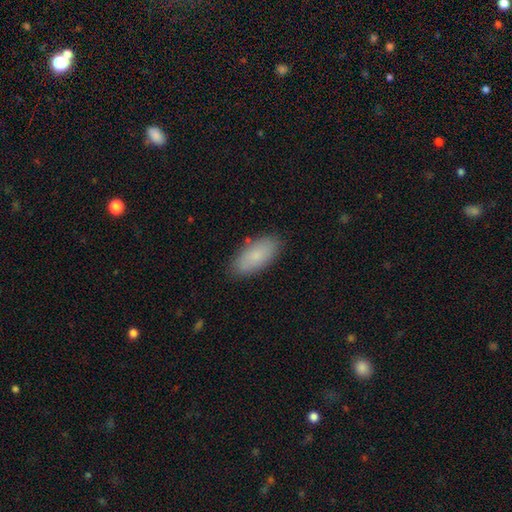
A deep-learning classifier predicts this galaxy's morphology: The model was most divided on "smooth or featured": smooth: 84%, featured or disk: 10%, star or artifact: 6%. More confident: how rounded — in between (89%); merging — none (86%).